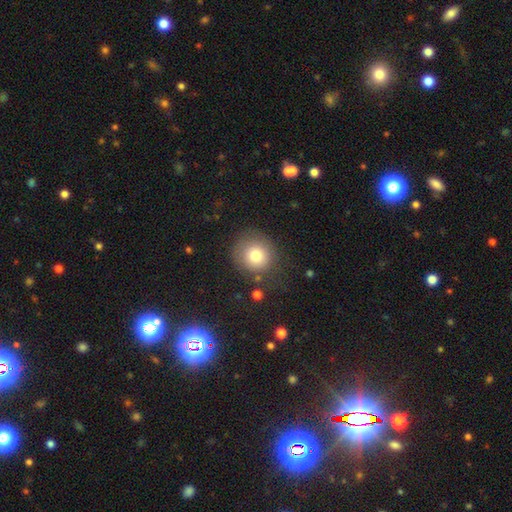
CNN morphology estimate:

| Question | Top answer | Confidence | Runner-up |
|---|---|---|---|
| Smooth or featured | smooth | 79% | featured or disk (11%) |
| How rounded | round | 90% | in between (9%) |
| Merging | none | 77% | minor disturbance (14%) |